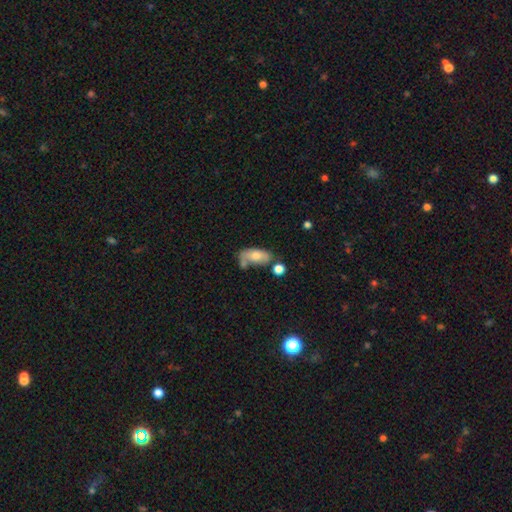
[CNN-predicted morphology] type=smooth (65%); roundness=in between (88%); merging=none (40%).